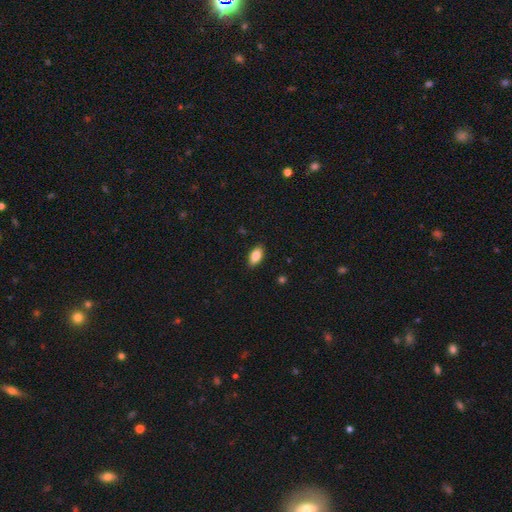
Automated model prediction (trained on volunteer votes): Morphology: type=smooth (83%); roundness=in between (91%); merging=none (88%).